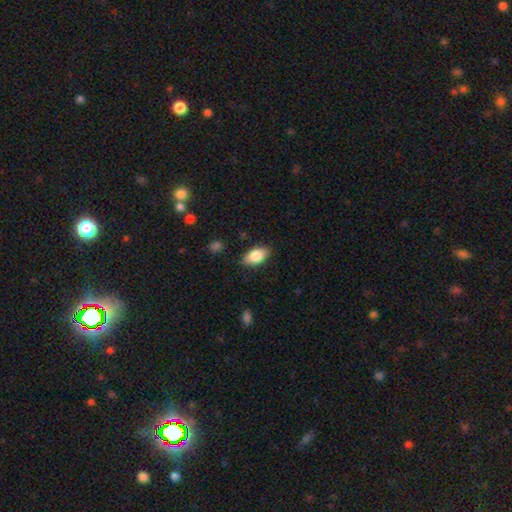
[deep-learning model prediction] Smooth or featured?
  - smooth: 84% *
  - featured or disk: 9%
  - star or artifact: 7%
How rounded?
  - in between: 92% *
  - round: 6%
  - cigar-shaped: 3%
Merging?
  - none: 85% *
  - minor disturbance: 11%
  - major disturbance: 2%
  - merger: 1%